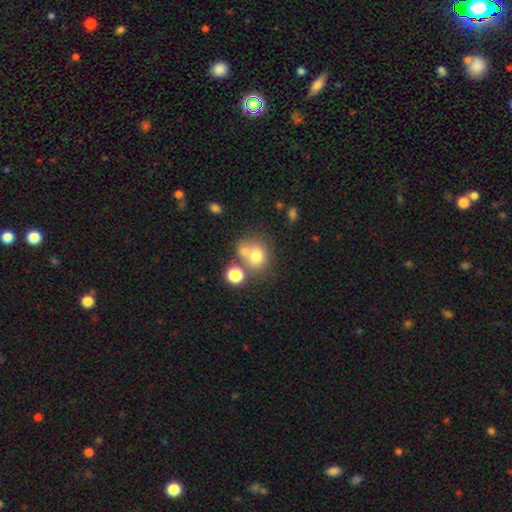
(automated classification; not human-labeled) smooth_or_featured: smooth (p=0.71) [alt: featured or disk p=0.15]
how_rounded: round (p=0.73) [alt: in between p=0.26]
merging: none (p=0.44) [alt: merger p=0.38]